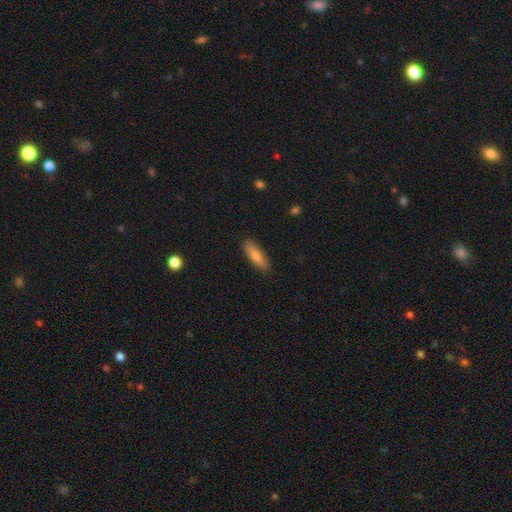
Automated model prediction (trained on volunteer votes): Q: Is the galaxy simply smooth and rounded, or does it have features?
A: smooth — 65%.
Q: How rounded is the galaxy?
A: cigar-shaped — 60%.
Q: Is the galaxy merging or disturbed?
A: none — 87%.